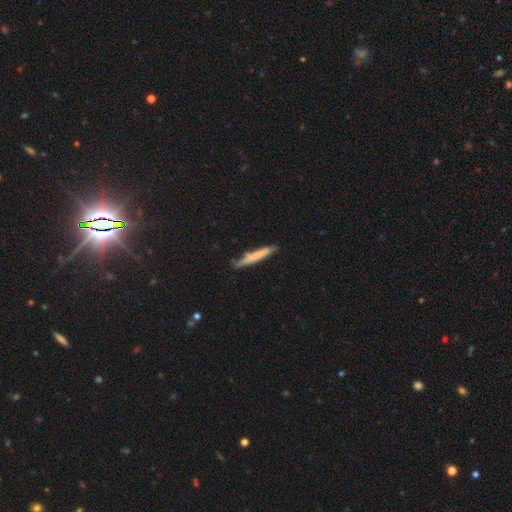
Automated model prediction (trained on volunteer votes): Morphology: type=smooth (67%); roundness=cigar-shaped (95%); merging=none (73%).